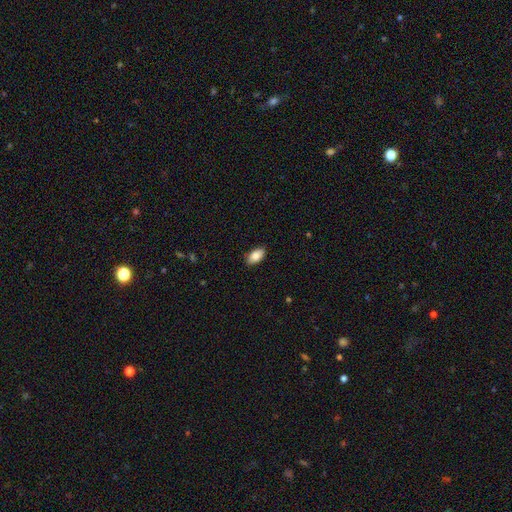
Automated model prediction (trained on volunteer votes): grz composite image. It shows a smooth galaxy with no disk features (85%) that is in between round and cigar-shaped (94%). Merging: none (87%).